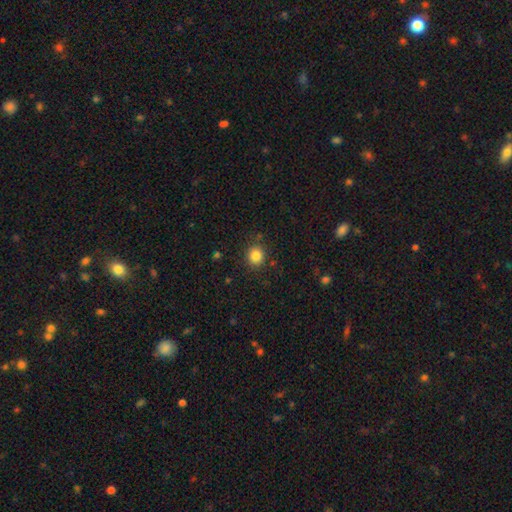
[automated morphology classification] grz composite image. It shows a smooth galaxy with no disk features (84%) that is round (85%). Merging: none (86%).